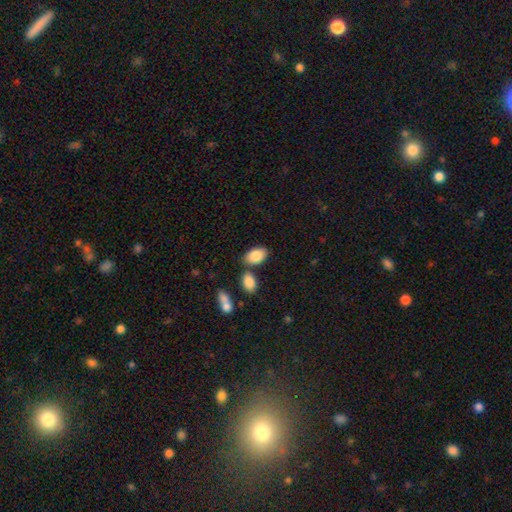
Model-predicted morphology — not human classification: smooth 86%, featured or disk 7%, star or artifact 6%. Down the decision tree: how rounded — in between (92%); merging — none (70%).